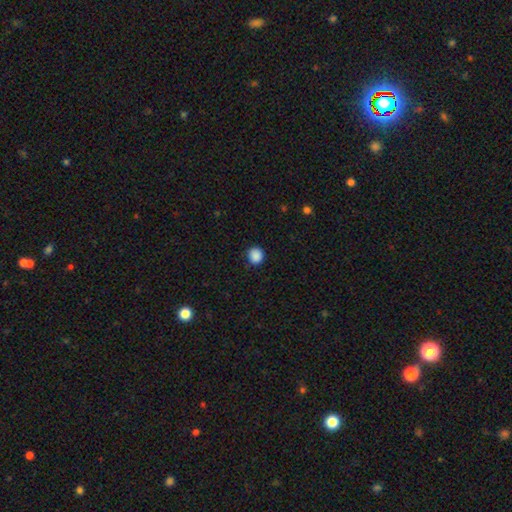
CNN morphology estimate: type=smooth (88%); roundness=round (89%); merging=none (88%).